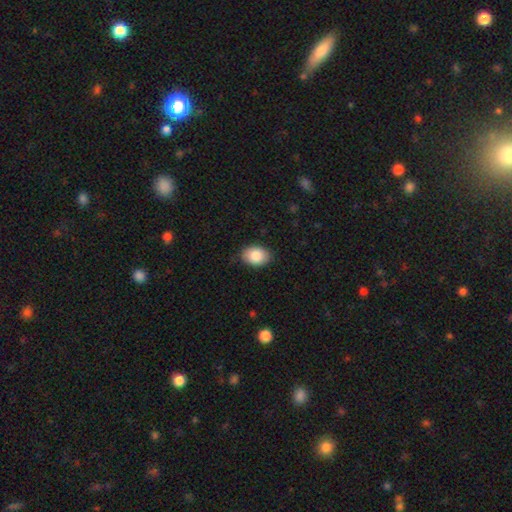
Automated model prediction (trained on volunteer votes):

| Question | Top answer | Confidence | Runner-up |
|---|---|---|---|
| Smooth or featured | smooth | 86% | featured or disk (7%) |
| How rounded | in between | 76% | round (23%) |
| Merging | none | 86% | minor disturbance (11%) |